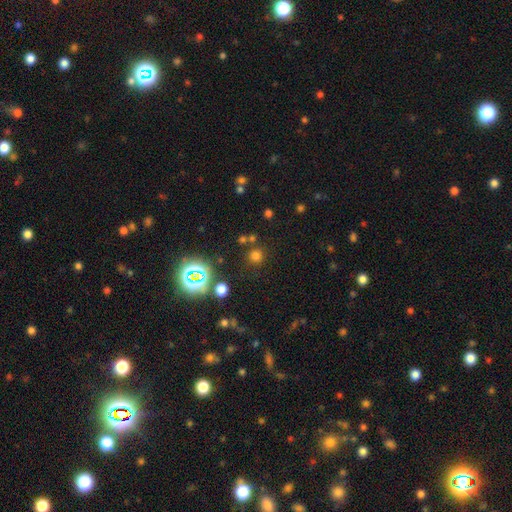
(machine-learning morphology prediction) Smooth or featured? smooth (64%)
How rounded? round (92%)
Merging? none (80%)